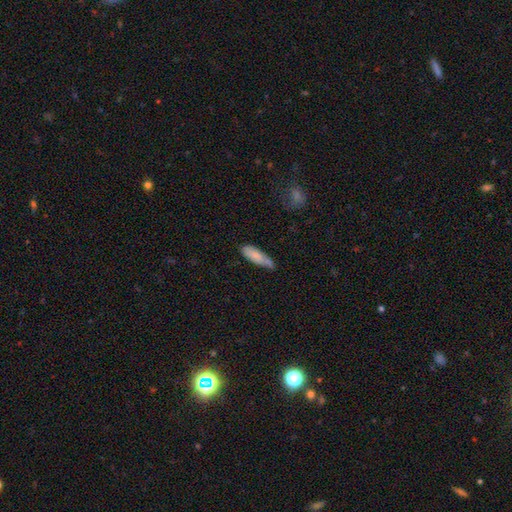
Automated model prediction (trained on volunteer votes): Smooth or featured?
  - smooth: 77% *
  - featured or disk: 17%
  - star or artifact: 6%
How rounded?
  - in between: 56% *
  - cigar-shaped: 42%
  - round: 2%
Merging?
  - none: 48% *
  - minor disturbance: 38%
  - major disturbance: 9%
  - merger: 5%